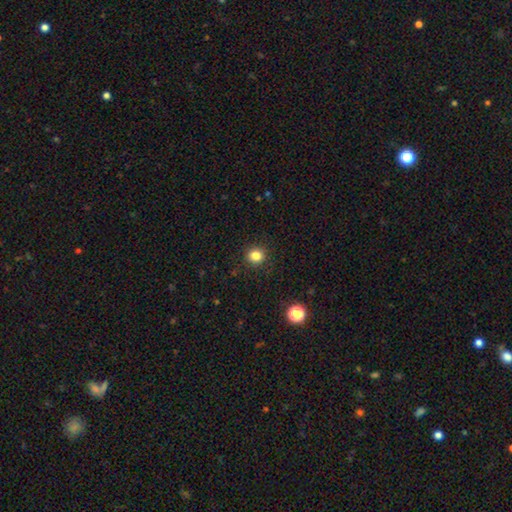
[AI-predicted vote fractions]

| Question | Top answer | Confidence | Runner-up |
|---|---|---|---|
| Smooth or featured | smooth | 83% | star or artifact (13%) |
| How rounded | round | 89% | in between (10%) |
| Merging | none | 91% | minor disturbance (6%) |